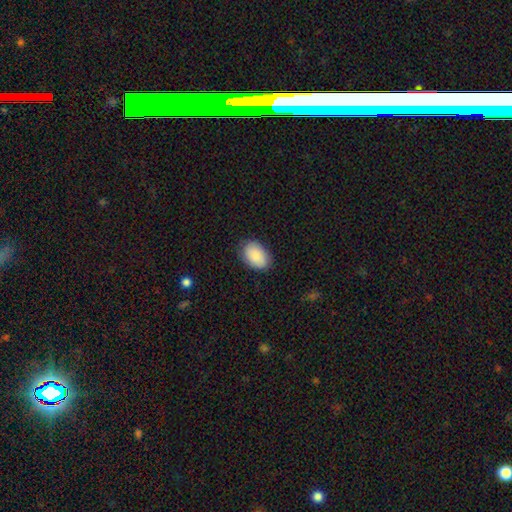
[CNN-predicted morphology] A smooth galaxy with no disk features (87%) that is in between round and cigar-shaped (88%).

Vote fractions:
- Smooth or featured? smooth: 87% / featured or disk: 7% / star or artifact: 6%
- How rounded? in between: 88% / round: 11% / cigar-shaped: 1%
- Merging? none: 83% / minor disturbance: 13% / major disturbance: 3% / merger: 1%